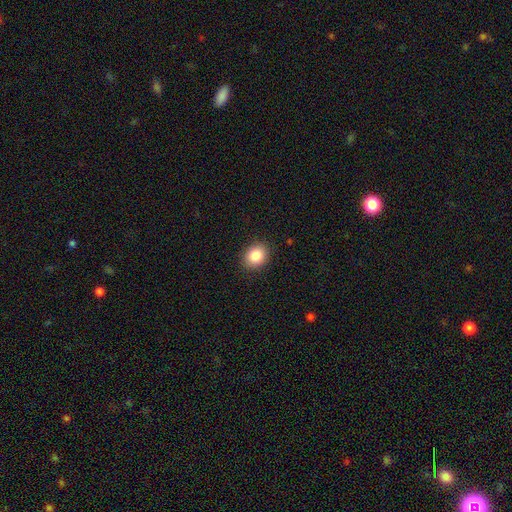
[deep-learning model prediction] smooth_or_featured: smooth (p=0.86) [alt: star or artifact p=0.09]
how_rounded: round (p=0.55) [alt: in between p=0.44]
merging: none (p=0.88) [alt: minor disturbance p=0.09]